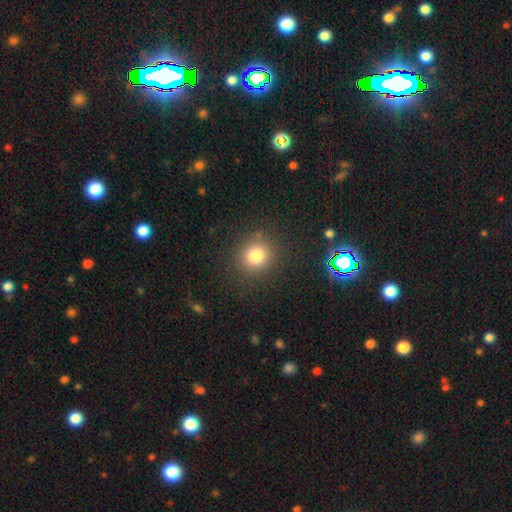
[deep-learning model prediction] smooth-or-featured: smooth: 80% | star or artifact: 14% | featured or disk: 7%
  how-rounded: round: 87% | in between: 12% | cigar-shaped: 1%
  merging: none: 87% | minor disturbance: 8% | major disturbance: 3% | merger: 2%